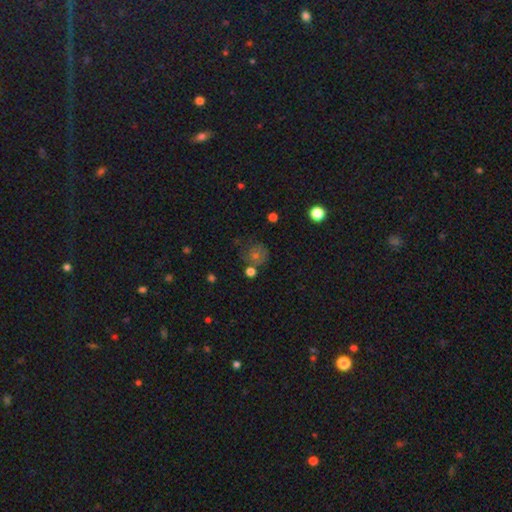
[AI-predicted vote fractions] smooth-or-featured: smooth: 57% | star or artifact: 22% | featured or disk: 21%
  how-rounded: round: 88% | in between: 11% | cigar-shaped: 1%
  merging: none: 68% | minor disturbance: 16% | merger: 9% | major disturbance: 7%